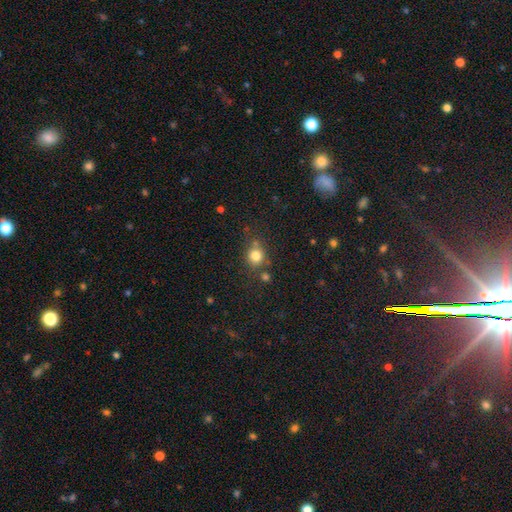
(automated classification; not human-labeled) Smooth or featured?
  - smooth: 79% *
  - star or artifact: 13%
  - featured or disk: 8%
How rounded?
  - round: 82% *
  - in between: 17%
  - cigar-shaped: 1%
Merging?
  - none: 69% *
  - merger: 13%
  - minor disturbance: 13%
  - major disturbance: 5%